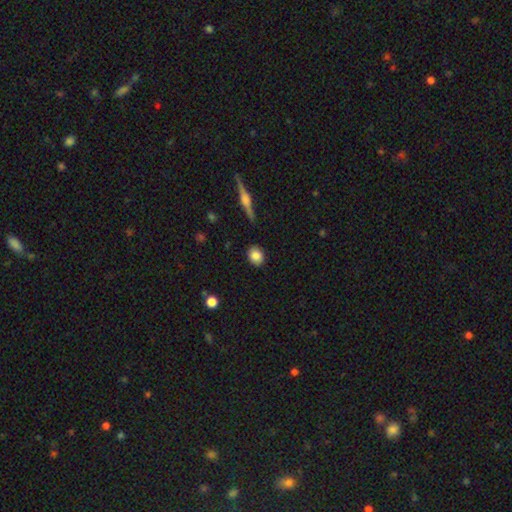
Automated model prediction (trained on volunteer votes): This is clearly a smooth galaxy (85%). How rounded: possibly round (58%). Merging: clearly none (87%).